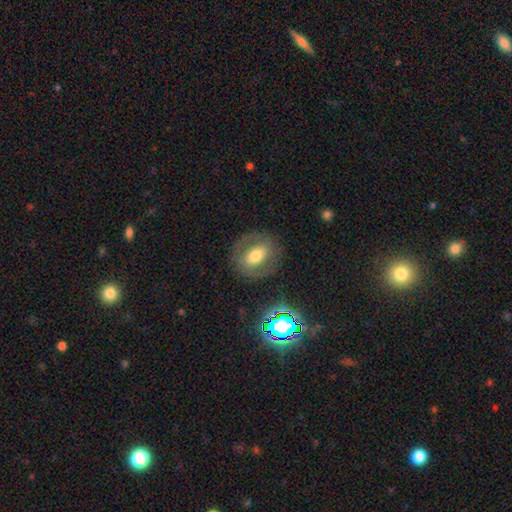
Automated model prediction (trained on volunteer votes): Smooth or featured? Predicted: featured or disk (p=0.49). Merging? Predicted: none (p=0.80).